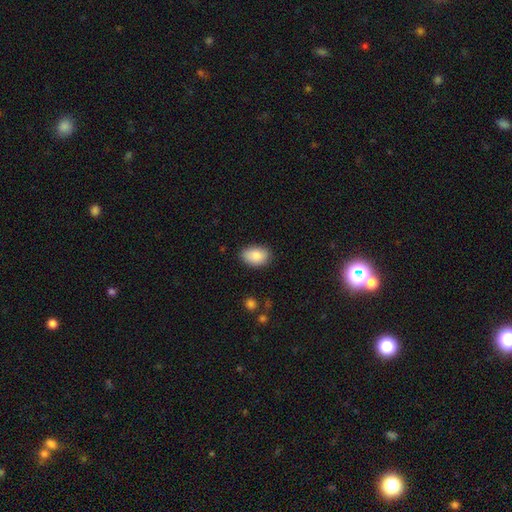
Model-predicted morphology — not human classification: type=smooth (87%); roundness=in between (85%); merging=none (81%).